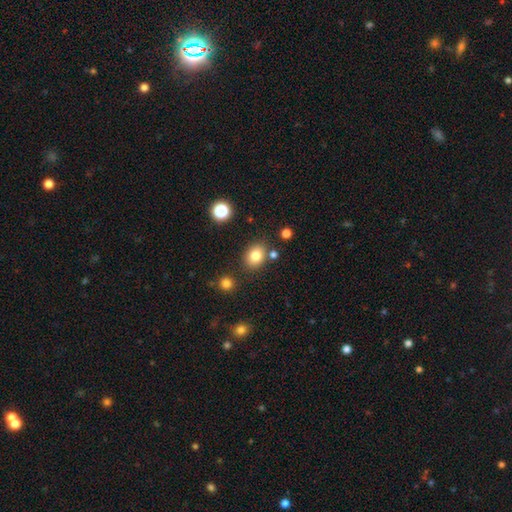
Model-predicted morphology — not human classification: Smooth or featured: smooth — 81% (star or artifact — 11%)
How rounded: in between — 56% (round — 43%)
Merging: none — 80% (minor disturbance — 11%)